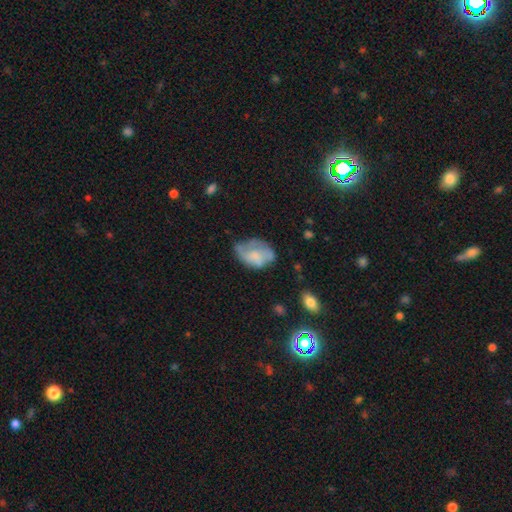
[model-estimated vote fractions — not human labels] This is possibly a smooth galaxy (50%). How rounded: clearly in between (83%). Merging: marginally none (40%).